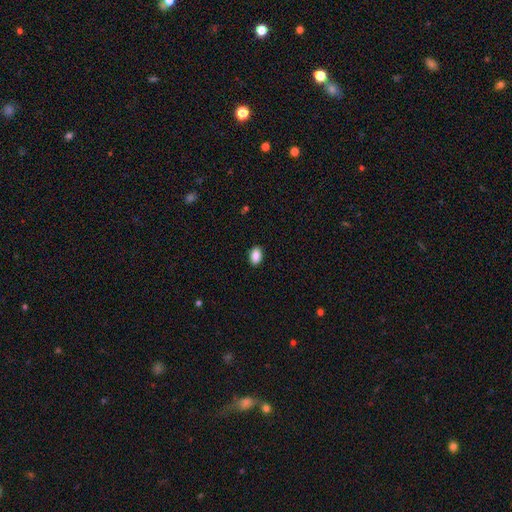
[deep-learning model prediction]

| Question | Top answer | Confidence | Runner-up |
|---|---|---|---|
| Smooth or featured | smooth | 89% | star or artifact (8%) |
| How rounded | in between | 88% | round (10%) |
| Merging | none | 89% | minor disturbance (8%) |